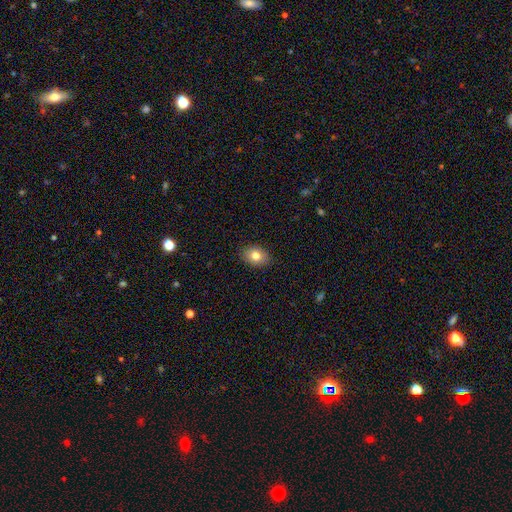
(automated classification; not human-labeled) Morphology: type=smooth (80%); roundness=in between (67%); merging=none (89%).